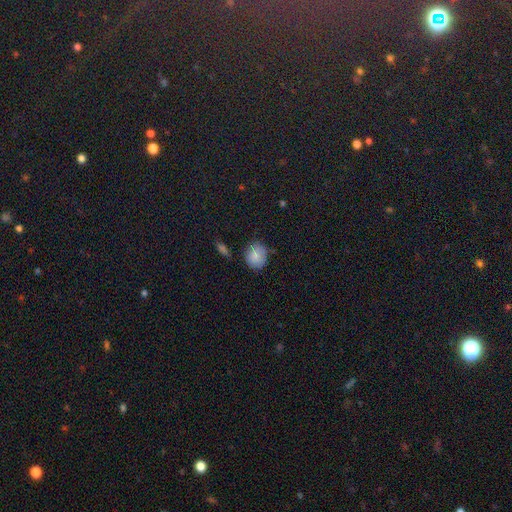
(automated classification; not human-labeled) Smooth or featured? smooth (85%)
How rounded? round (74%)
Merging? none (75%)